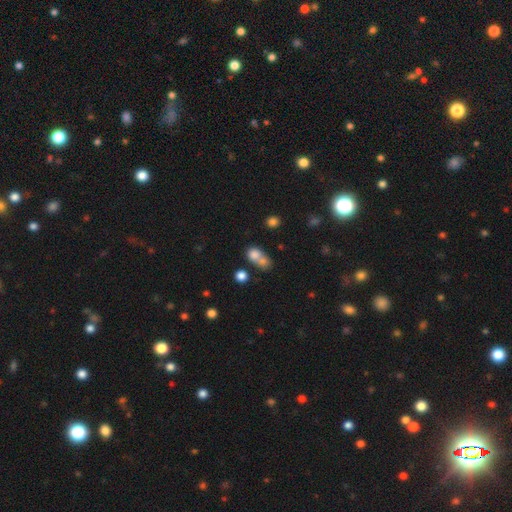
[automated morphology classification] A smooth galaxy with no disk features (77%) that is round (64%).

Vote fractions:
- Smooth or featured? smooth: 77% / star or artifact: 12% / featured or disk: 11%
- How rounded? round: 64% / in between: 34% / cigar-shaped: 2%
- Merging? merger: 57% / none: 31% / minor disturbance: 8% / major disturbance: 5%